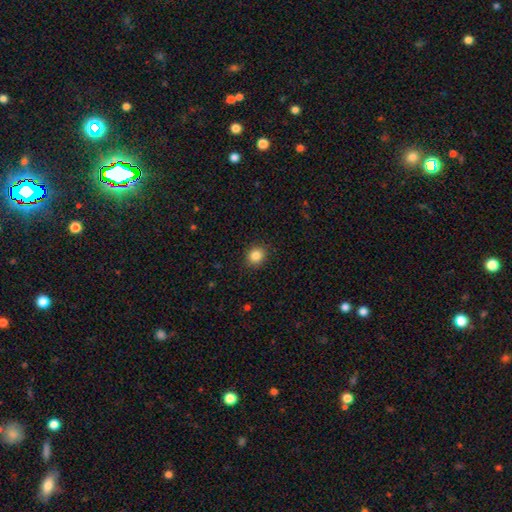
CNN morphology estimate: type=smooth (86%); roundness=round (74%); merging=none (89%).